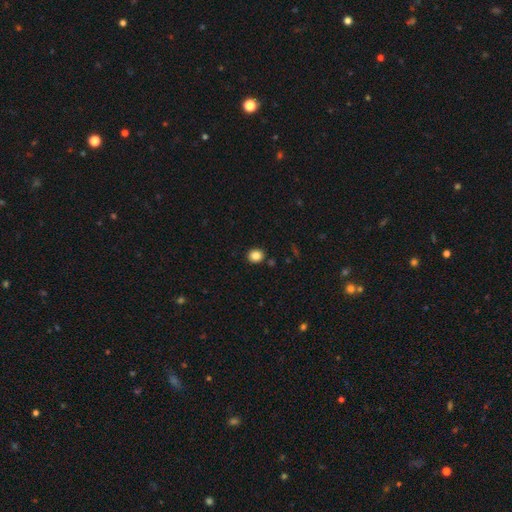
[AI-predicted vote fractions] This is clearly a smooth galaxy (86%). How rounded: likely round (76%). Merging: clearly none (89%).